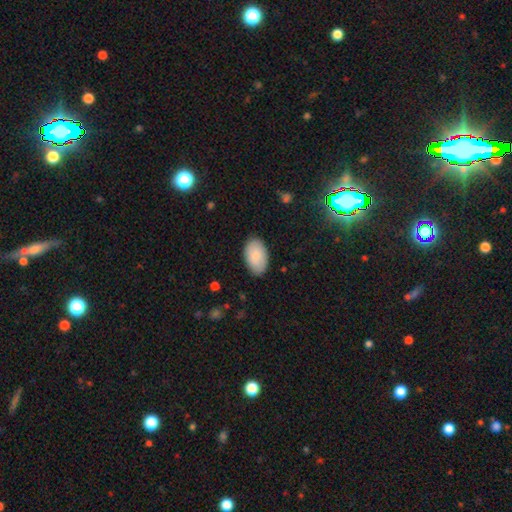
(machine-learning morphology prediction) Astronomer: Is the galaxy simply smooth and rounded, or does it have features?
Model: smooth — 86%.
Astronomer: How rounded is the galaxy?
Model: in between — 95%.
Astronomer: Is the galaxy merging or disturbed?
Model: none — 85%.